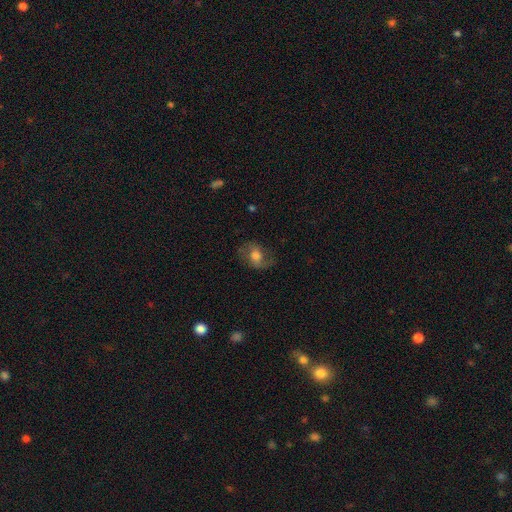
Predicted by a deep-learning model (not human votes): Smooth or featured? Predicted: featured or disk (p=0.54). Edge-on disk? Predicted: no (p=0.95). Bar? Predicted: no (p=0.55). Spiral arms? Predicted: yes (p=0.83). Bulge size? Predicted: moderate (p=0.59). Merging? Predicted: none (p=0.68).